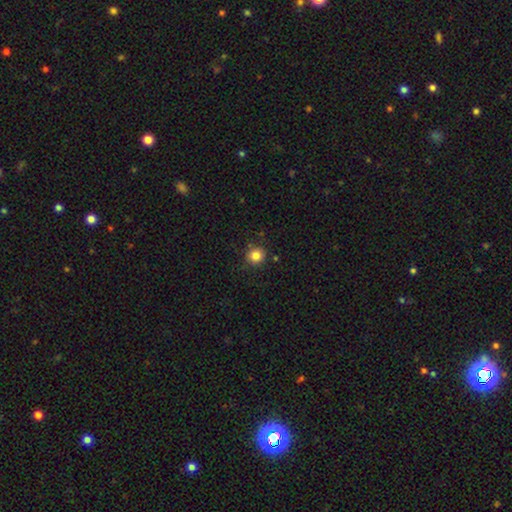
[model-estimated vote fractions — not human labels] The model was most divided on "smooth or featured": smooth: 84%, star or artifact: 11%, featured or disk: 5%. More confident: how rounded — round (90%); merging — none (84%).